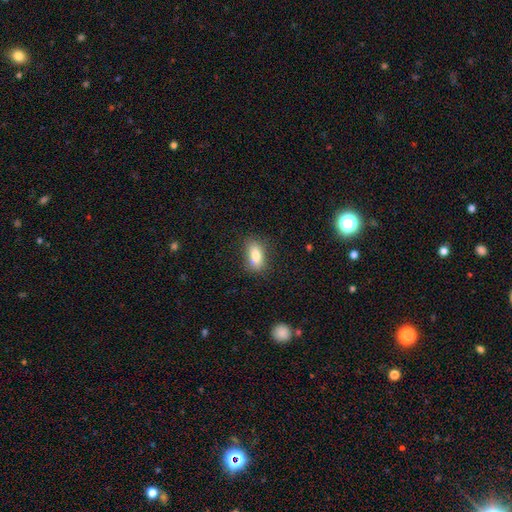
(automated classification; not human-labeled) Smooth or featured: smooth — 84% (star or artifact — 8%)
How rounded: in between — 87% (round — 7%)
Merging: none — 80% (minor disturbance — 15%)